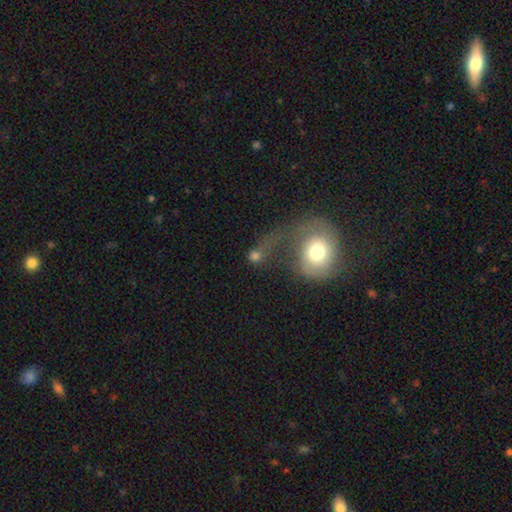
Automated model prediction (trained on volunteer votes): Smooth or featured: smooth — 65% (featured or disk — 20%)
How rounded: round — 74% (in between — 23%)
Merging: merger — 31% (tied with none — 31%)